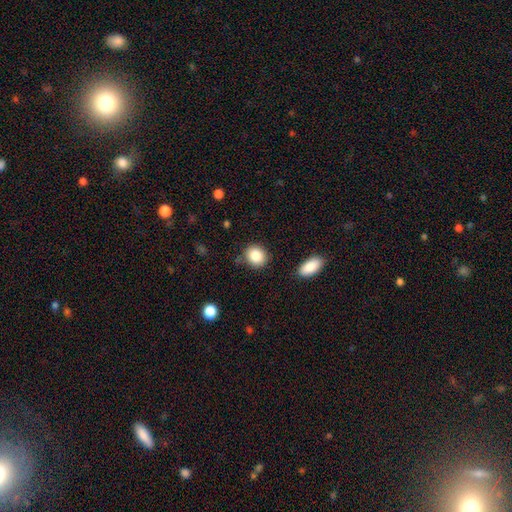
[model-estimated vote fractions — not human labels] smooth_or_featured: smooth (p=0.87) [alt: star or artifact p=0.08]
how_rounded: round (p=0.74) [alt: in between p=0.25]
merging: none (p=0.78) [alt: minor disturbance p=0.14]